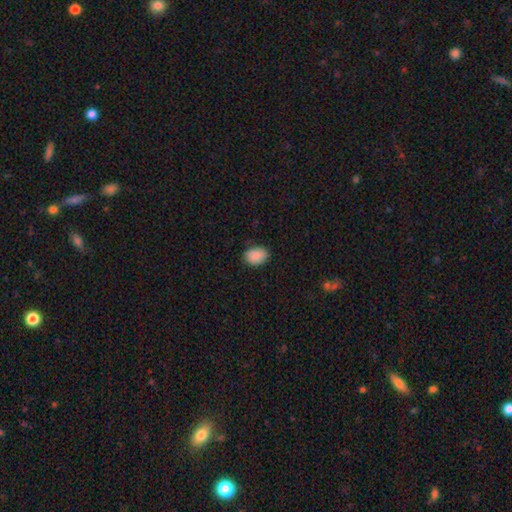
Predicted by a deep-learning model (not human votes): Overall: smooth (89%). How rounded: in between (76%). Merging: none (83%).